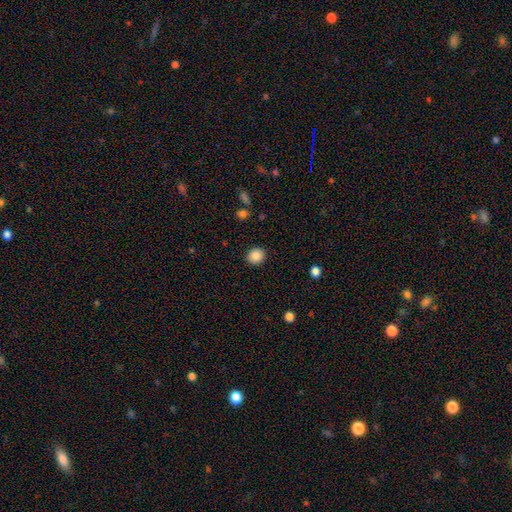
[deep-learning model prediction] smooth 87%, star or artifact 9%, featured or disk 4%. Down the decision tree: how rounded — round (81%); merging — none (90%).